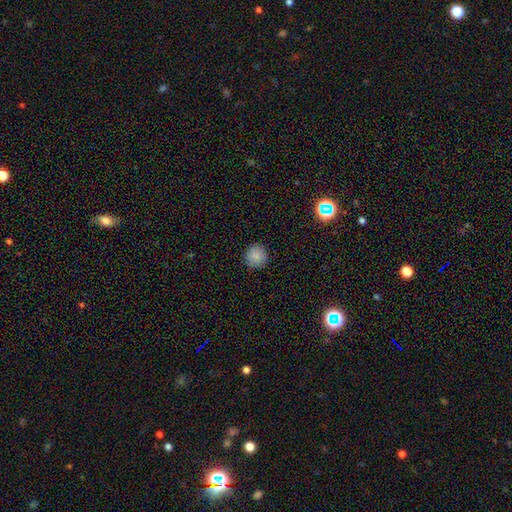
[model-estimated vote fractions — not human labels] Smooth or featured: smooth — 85% (star or artifact — 10%)
How rounded: round — 94% (in between — 5%)
Merging: none — 90% (minor disturbance — 7%)